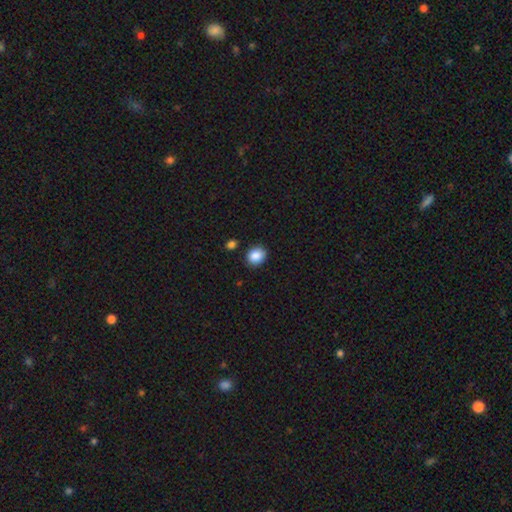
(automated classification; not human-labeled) smooth_or_featured: smooth (p=0.88) [alt: star or artifact p=0.09]
how_rounded: round (p=0.60) [alt: in between p=0.39]
merging: none (p=0.86) [alt: minor disturbance p=0.09]